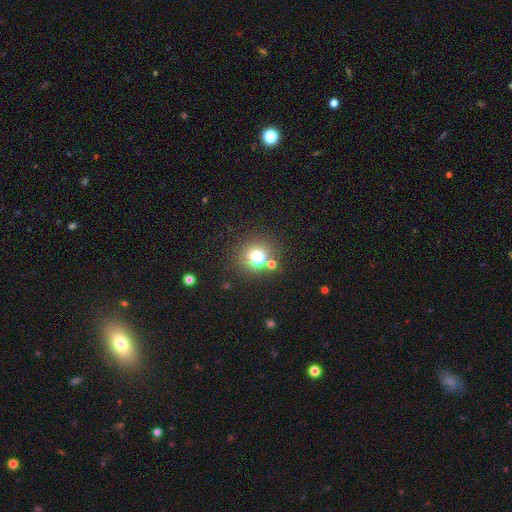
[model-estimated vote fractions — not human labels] This is likely a smooth galaxy (65%). How rounded: clearly round (82%). Merging: likely none (66%).